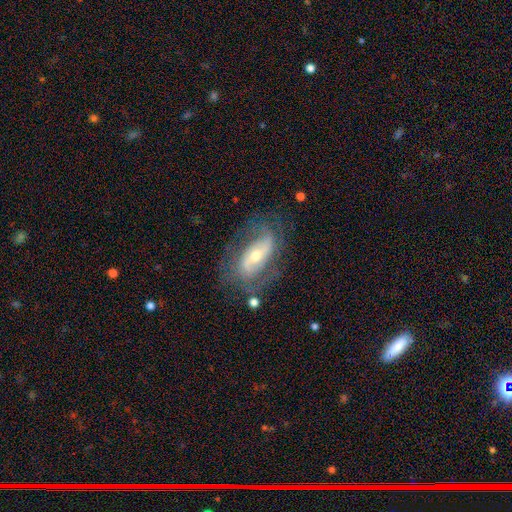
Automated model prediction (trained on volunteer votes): smooth_or_featured: featured or disk (p=0.76) [alt: smooth p=0.16]
disk_edge_on: no (p=0.91) [alt: yes p=0.09]
bar: no (p=0.37) [alt: weak p=0.32]
has_spiral_arms: yes (p=0.80) [alt: no p=0.20]
spiral_winding: medium (p=0.38) [alt: loose p=0.33]
spiral_arm_count: 2 (p=0.67) [alt: can't tell p=0.21]
bulge_size: moderate (p=0.50) [alt: small p=0.44]
merging: none (p=0.64) [alt: minor disturbance p=0.20]